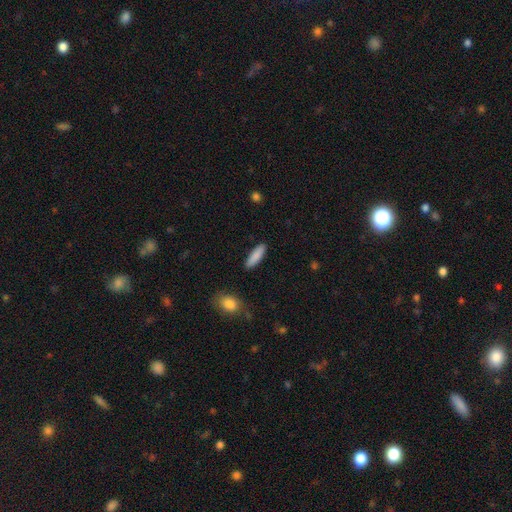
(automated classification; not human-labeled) smooth-or-featured: smooth: 87% | featured or disk: 7% | star or artifact: 6%
  how-rounded: cigar-shaped: 61% | in between: 38% | round: 2%
  merging: none: 89% | minor disturbance: 8% | major disturbance: 2% | merger: 2%